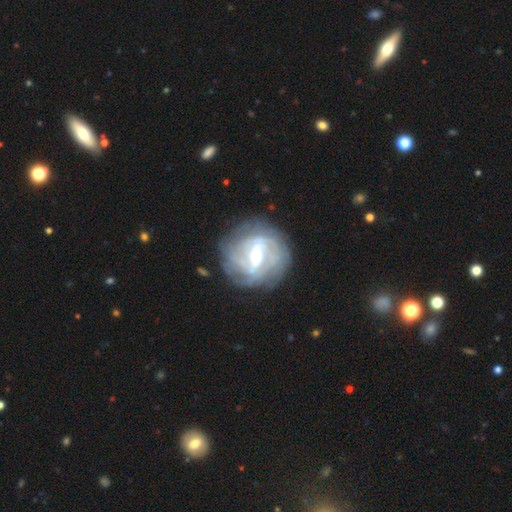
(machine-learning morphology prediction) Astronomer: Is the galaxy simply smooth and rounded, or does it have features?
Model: featured or disk — 85%.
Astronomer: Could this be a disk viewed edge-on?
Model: no — 96%.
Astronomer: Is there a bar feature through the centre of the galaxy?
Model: weak — 43% (runner-up: strong, 42%).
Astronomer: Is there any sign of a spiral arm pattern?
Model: yes — 89%.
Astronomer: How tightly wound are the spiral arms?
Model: tight — 59%.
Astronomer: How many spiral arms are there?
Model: can't tell — 39% (runner-up: 2, 28%).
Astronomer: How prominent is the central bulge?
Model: small — 48%, tied with moderate at 48%.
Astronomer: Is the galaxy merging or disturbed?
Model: none — 79%.